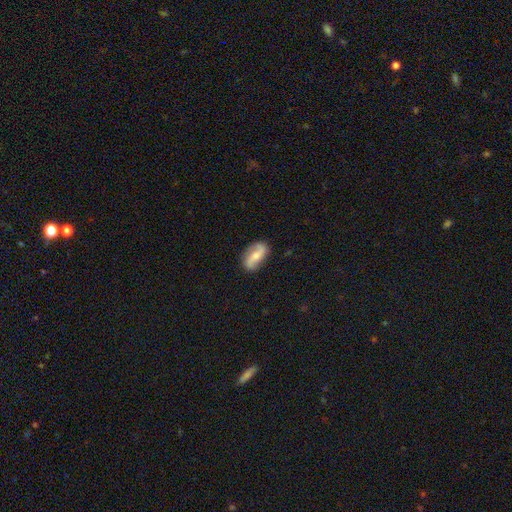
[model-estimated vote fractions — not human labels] This is likely a featured or disk galaxy (67%). It is clearly not viewed edge-on (95%). Bar: possibly no (47%). Spiral arm pattern: clearly yes (92%). Spiral arm count: clearly 2 (91%). Spiral winding: likely loose (66%). Central bulge: possibly moderate (52%). Merging: clearly none (81%).